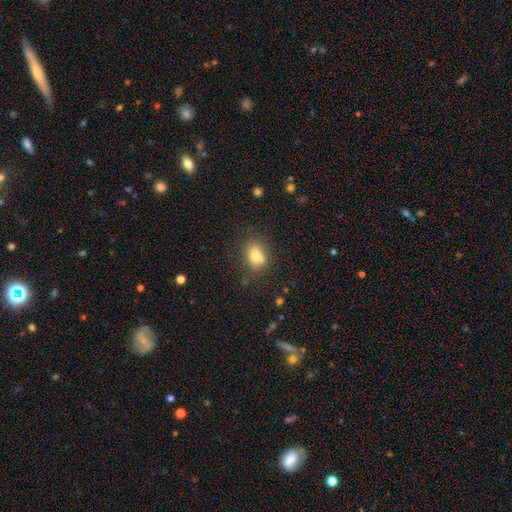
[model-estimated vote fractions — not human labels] Smooth or featured?
  - smooth: 74% *
  - featured or disk: 14%
  - star or artifact: 12%
How rounded?
  - in between: 55% *
  - round: 44%
  - cigar-shaped: 1%
Merging?
  - none: 54% *
  - merger: 24%
  - minor disturbance: 16%
  - major disturbance: 5%